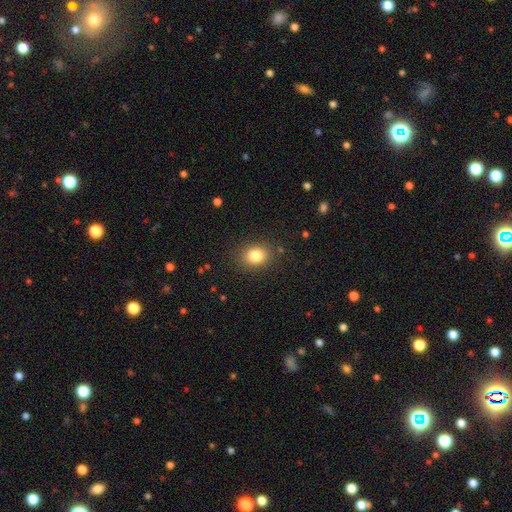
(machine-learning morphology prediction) smooth 82%, star or artifact 11%, featured or disk 7%. Down the decision tree: how rounded — round (55%); merging — none (86%).